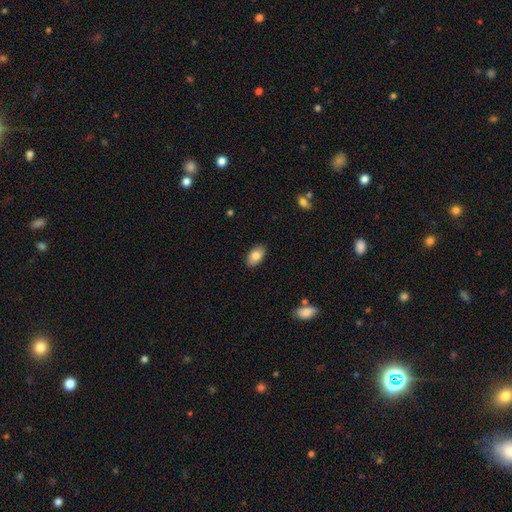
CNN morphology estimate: Smooth or featured? smooth (83%)
How rounded? in between (94%)
Merging? none (88%)